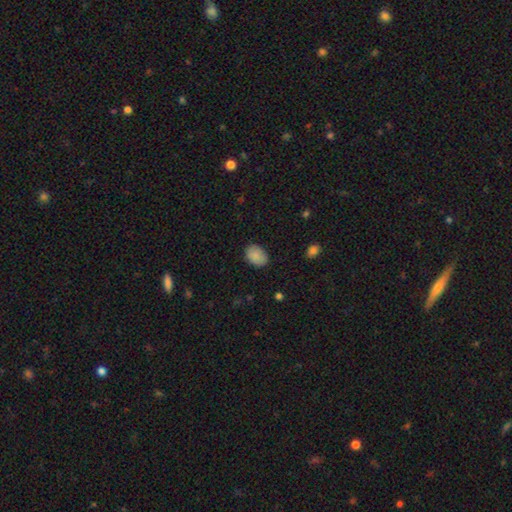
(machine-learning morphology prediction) smooth-or-featured: smooth: 87% | star or artifact: 8% | featured or disk: 5%
  how-rounded: in between: 74% | round: 25% | cigar-shaped: 1%
  merging: none: 84% | minor disturbance: 12% | major disturbance: 3% | merger: 1%